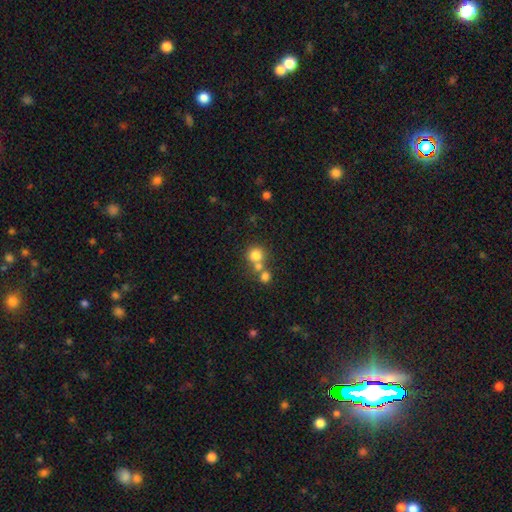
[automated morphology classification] smooth 76%, star or artifact 13%, featured or disk 10%. Down the decision tree: how rounded — round (89%); merging — none (52%).